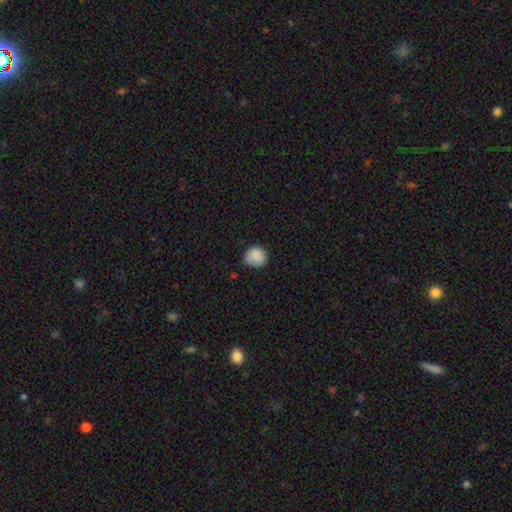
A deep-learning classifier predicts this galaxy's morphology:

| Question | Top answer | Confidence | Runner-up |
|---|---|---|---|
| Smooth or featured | smooth | 87% | star or artifact (8%) |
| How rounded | round | 85% | in between (14%) |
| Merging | none | 70% | minor disturbance (24%) |